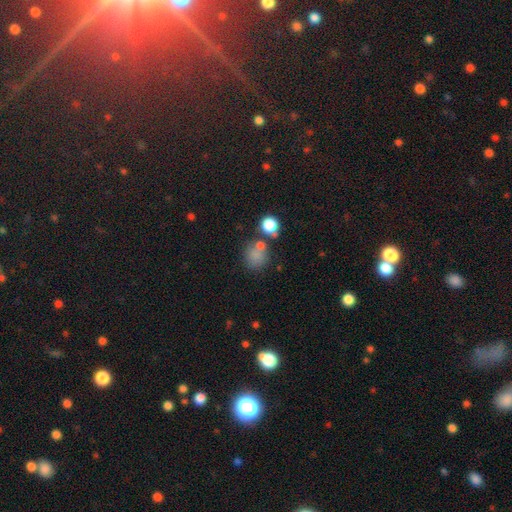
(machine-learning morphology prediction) smooth-or-featured: smooth: 75% | star or artifact: 15% | featured or disk: 10%
  how-rounded: round: 81% | in between: 18% | cigar-shaped: 1%
  merging: none: 58% | merger: 22% | minor disturbance: 14% | major disturbance: 7%